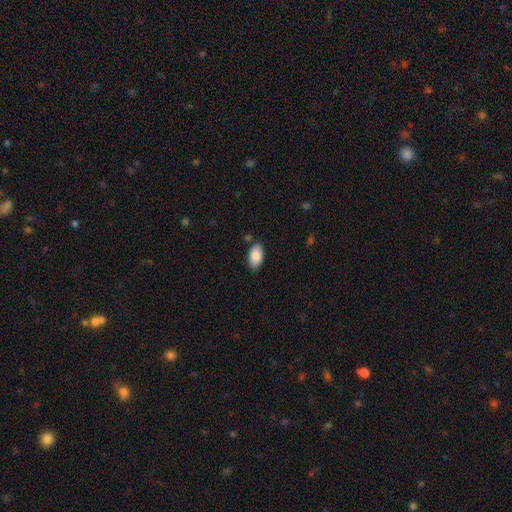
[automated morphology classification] smooth 87%, star or artifact 6%, featured or disk 6%. Down the decision tree: how rounded — in between (94%); merging — none (80%).